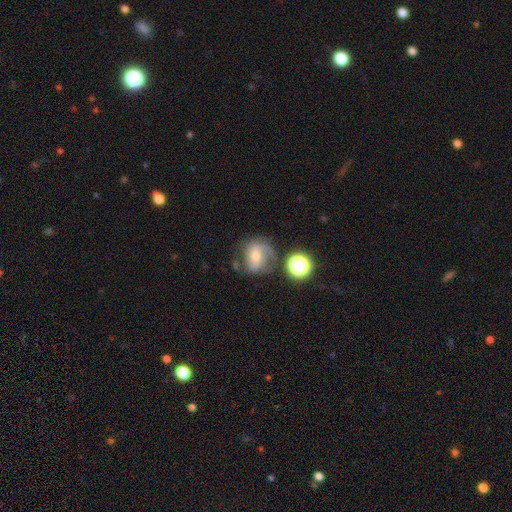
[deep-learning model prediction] Morphology: type=featured or disk (57%); edge-on=no (97%); bar=weak (42%, tied with no); spiral arms=yes (86%); bulge=moderate (55%); merging=none (55%).